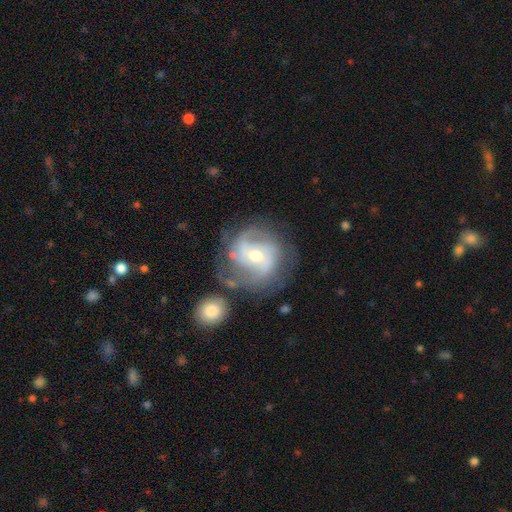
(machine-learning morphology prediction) Smooth or featured: featured or disk — 82% (smooth — 12%)
Edge-on disk: no — 97% (yes — 3%)
Bar: weak — 43% (no — 42%)
Spiral arms: yes — 93% (no — 7%)
Spiral winding: medium — 44% (tight — 37%)
Spiral arm count: 2 — 43% (3 — 23%)
Bulge size: moderate — 56% (small — 39%)
Merging: none — 65% (minor disturbance — 17%)